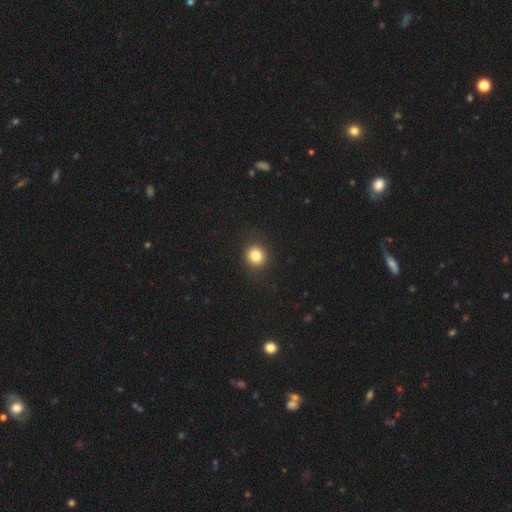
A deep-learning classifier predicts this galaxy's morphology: type=smooth (83%); roundness=round (86%); merging=none (90%).